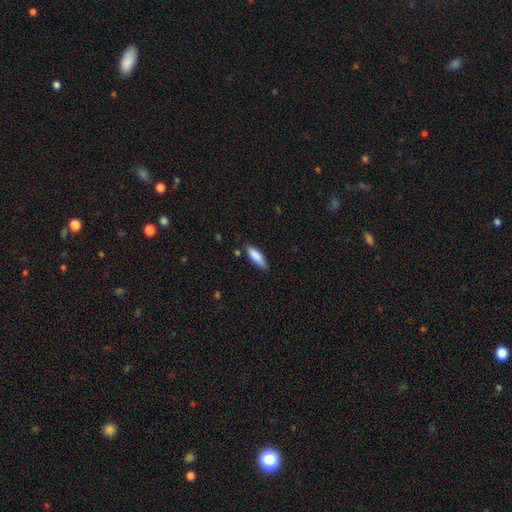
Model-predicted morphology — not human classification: A smooth galaxy with no disk features (86%) that is in between round and cigar-shaped (58%). Merging: none (78%).